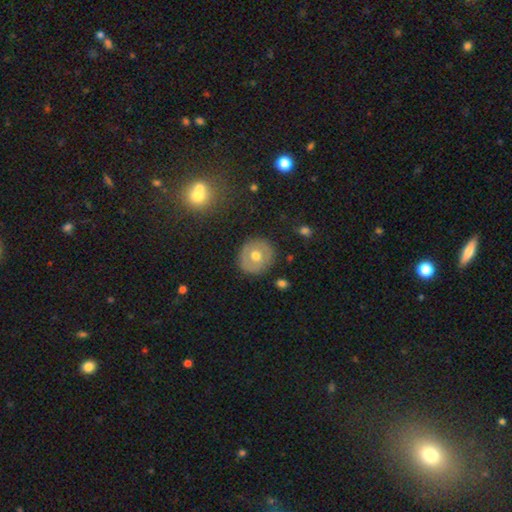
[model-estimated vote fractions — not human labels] The model was most divided on "smooth or featured": smooth: 53%, featured or disk: 39%, star or artifact: 8%. More confident: how rounded — round (87%); merging — none (87%).